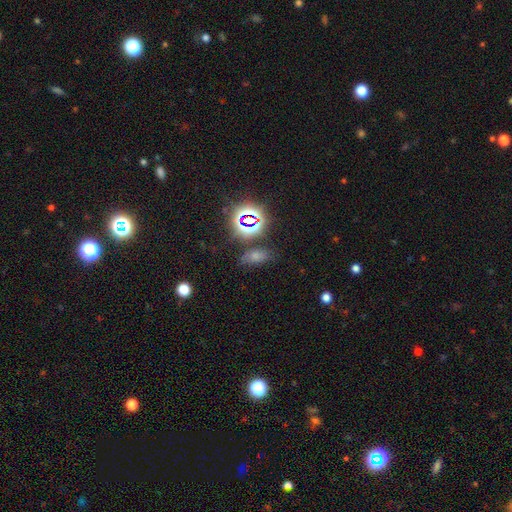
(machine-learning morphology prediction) This appears to be a smooth galaxy with no disk features (54%) that is in between round and cigar-shaped (82%). Merging: none (73%).